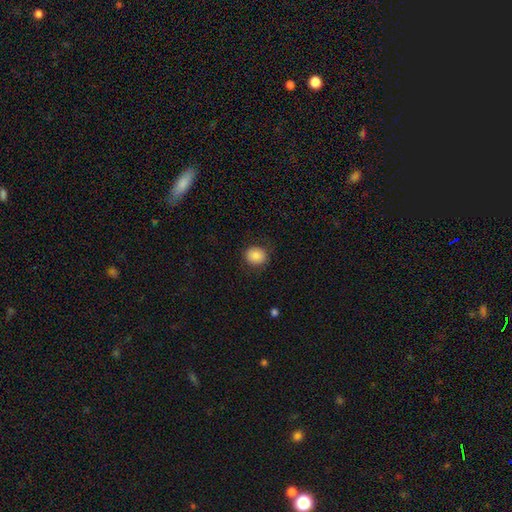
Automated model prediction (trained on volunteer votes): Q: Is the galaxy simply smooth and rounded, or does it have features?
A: smooth — 88%.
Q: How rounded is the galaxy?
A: round — 68%.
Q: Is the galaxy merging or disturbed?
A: none — 83%.